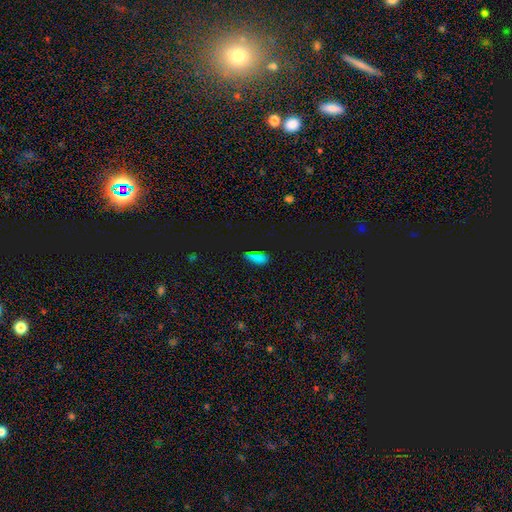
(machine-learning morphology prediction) The model was most divided on "smooth or featured": smooth: 71%, star or artifact: 23%, featured or disk: 6%. More confident: how rounded — in between (75%); merging — none (70%).